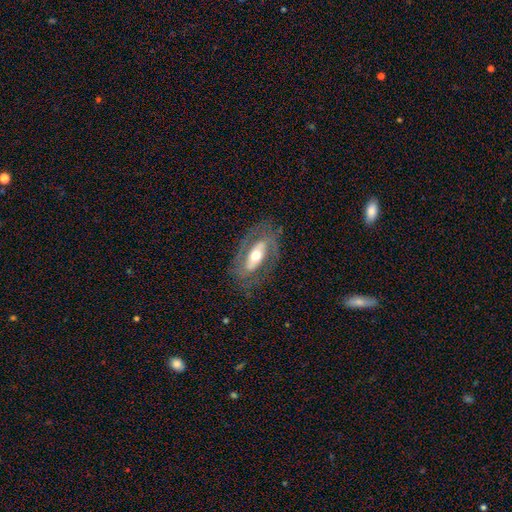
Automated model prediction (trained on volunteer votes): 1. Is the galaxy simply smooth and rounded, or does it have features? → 75% featured or disk, 19% smooth, 6% star or artifact.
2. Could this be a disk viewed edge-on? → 87% no, 13% yes.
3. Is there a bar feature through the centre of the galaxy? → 38% strong, 36% no, 26% weak.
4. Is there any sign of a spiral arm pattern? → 65% yes, 35% no.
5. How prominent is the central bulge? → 67% moderate, 17% small, 13% large, 1% dominant, 1% none.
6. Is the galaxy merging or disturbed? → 74% none, 15% minor disturbance, 10% major disturbance, 1% merger.